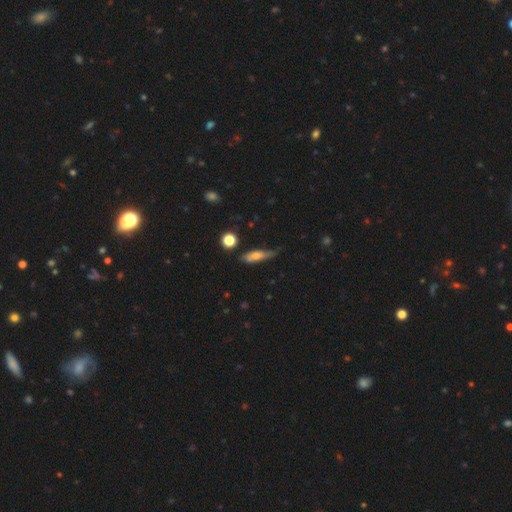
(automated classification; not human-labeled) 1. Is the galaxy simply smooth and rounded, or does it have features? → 58% smooth, 34% featured or disk, 8% star or artifact.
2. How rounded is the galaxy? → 63% cigar-shaped, 33% in between, 4% round.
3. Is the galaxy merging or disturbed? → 55% none, 32% minor disturbance, 8% major disturbance, 4% merger.